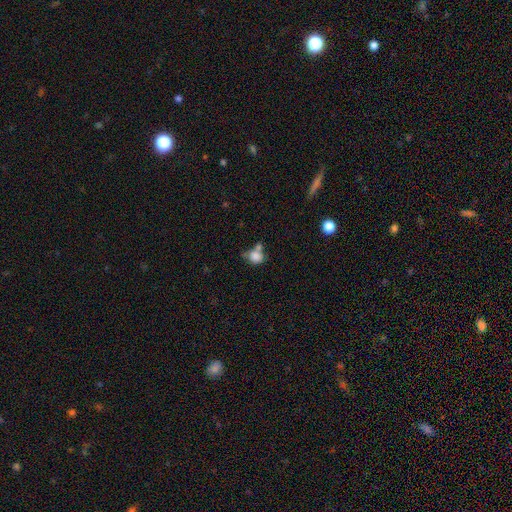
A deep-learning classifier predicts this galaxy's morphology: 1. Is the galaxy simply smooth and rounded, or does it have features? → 80% smooth, 10% star or artifact, 9% featured or disk.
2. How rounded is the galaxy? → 60% round, 39% in between, 1% cigar-shaped.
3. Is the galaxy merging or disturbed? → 39% merger, 36% none, 16% minor disturbance, 8% major disturbance.